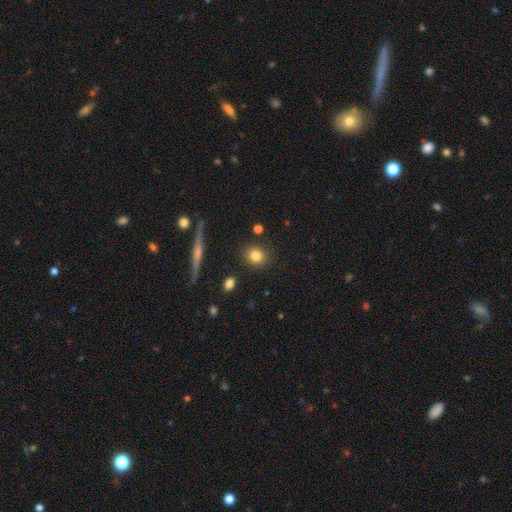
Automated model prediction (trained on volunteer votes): Overall: smooth (81%). How rounded: round (75%). Merging: none (86%).